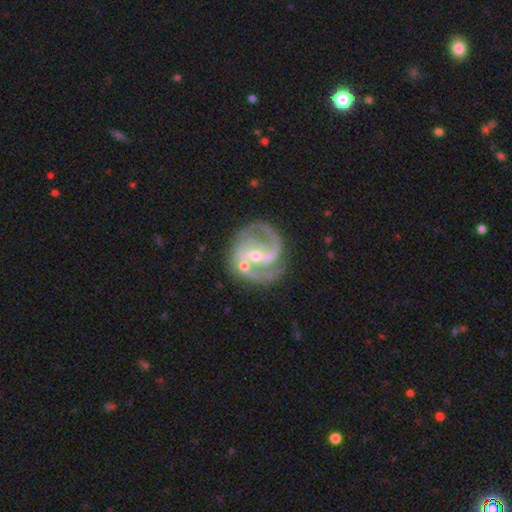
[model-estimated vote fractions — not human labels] Smooth or featured: featured or disk — 90% (star or artifact — 5%)
Edge-on disk: no — 98% (yes — 2%)
Bar: strong — 44% (weak — 38%)
Spiral arms: yes — 97% (no — 3%)
Spiral winding: medium — 59% (tight — 25%)
Spiral arm count: 2 — 83% (3 — 8%)
Bulge size: small — 61% (moderate — 36%)
Merging: none — 64% (minor disturbance — 16%)